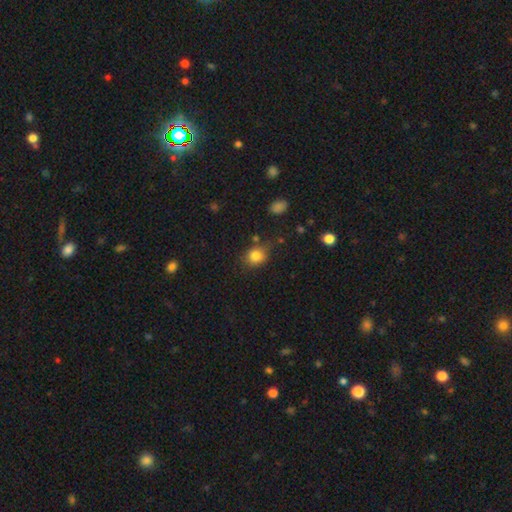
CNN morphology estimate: Q: Smooth or featured?
A: smooth (82%); runner-up: star or artifact (11%)
Q: How rounded?
A: round (59%); runner-up: in between (40%)
Q: Merging?
A: none (66%); runner-up: minor disturbance (23%)